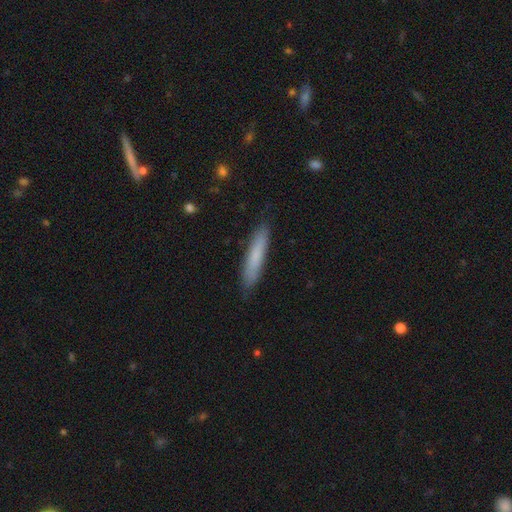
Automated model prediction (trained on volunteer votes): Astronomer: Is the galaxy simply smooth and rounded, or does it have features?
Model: smooth — 75%.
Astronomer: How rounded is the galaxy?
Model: cigar-shaped — 90%.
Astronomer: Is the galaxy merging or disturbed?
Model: none — 87%.